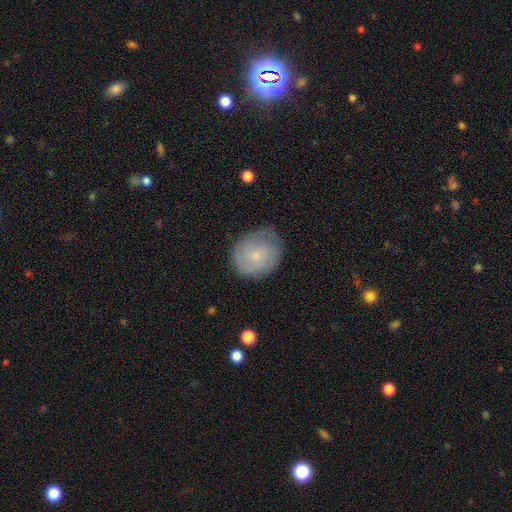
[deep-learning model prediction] A smooth galaxy with no disk features (46%, tied with featured or disk).

Vote fractions:
- Smooth or featured? smooth: 46% (tied) / featured or disk: 46% (tied) / star or artifact: 8%
- Merging? none: 70% / minor disturbance: 22% / major disturbance: 6% / merger: 1%